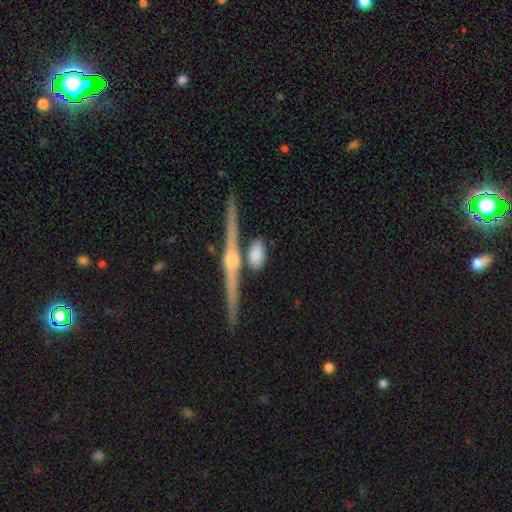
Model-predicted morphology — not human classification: Smooth or featured? Predicted: smooth (p=0.58). How rounded? Predicted: in between (p=0.65). Merging? Predicted: none (p=0.73).